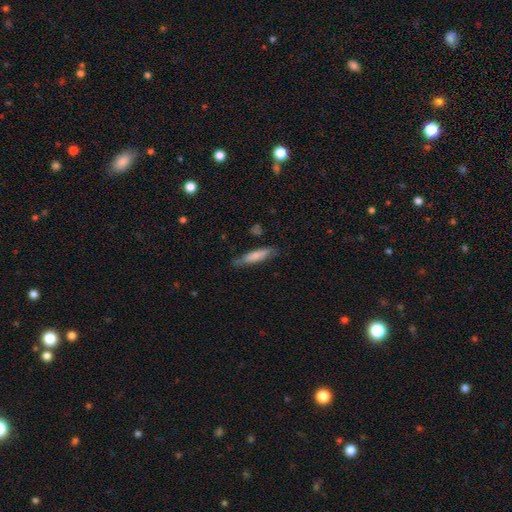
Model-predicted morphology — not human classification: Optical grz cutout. It shows a smooth galaxy with no disk features (73%) that is cigar-shaped (81%). Merging: none (73%).